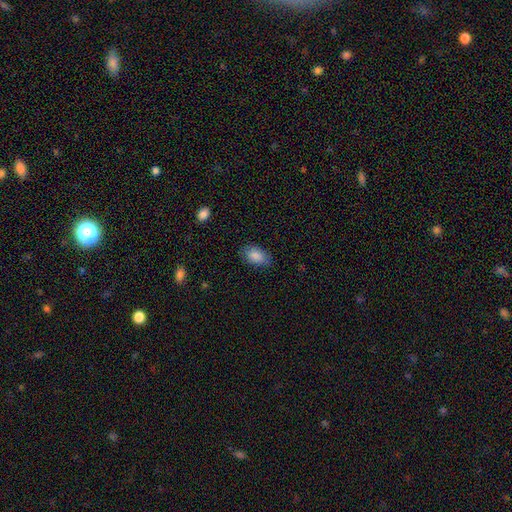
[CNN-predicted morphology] smooth-or-featured: smooth: 87% | star or artifact: 7% | featured or disk: 6%
  how-rounded: in between: 90% | round: 9% | cigar-shaped: 1%
  merging: none: 79% | minor disturbance: 16% | major disturbance: 4% | merger: 1%